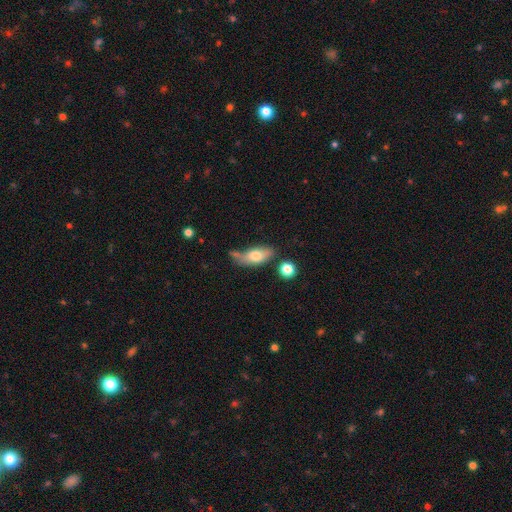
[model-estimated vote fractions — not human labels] A smooth galaxy with no disk features (67%) that is in between round and cigar-shaped (81%). Merging: none (44%).